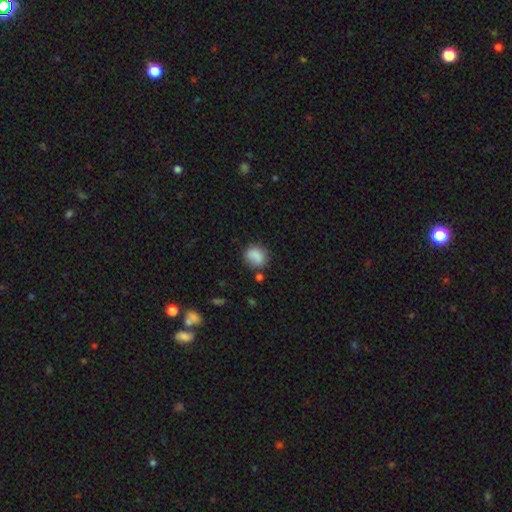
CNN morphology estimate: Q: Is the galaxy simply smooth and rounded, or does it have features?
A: smooth — 85%.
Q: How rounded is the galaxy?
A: round — 59%.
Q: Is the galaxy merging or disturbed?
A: none — 69%.